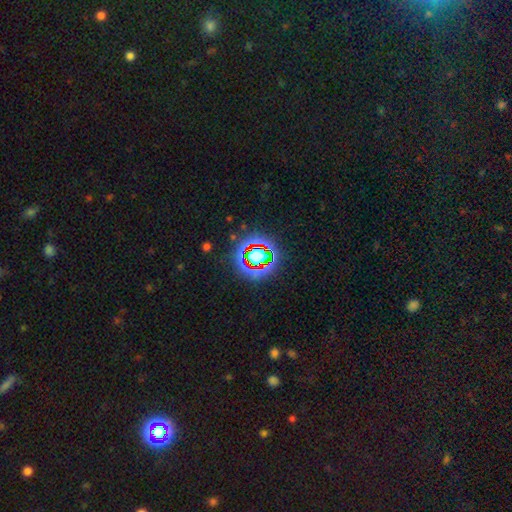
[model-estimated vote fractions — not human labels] Smooth or featured?
  - star or artifact: 65% *
  - smooth: 23%
  - featured or disk: 12%